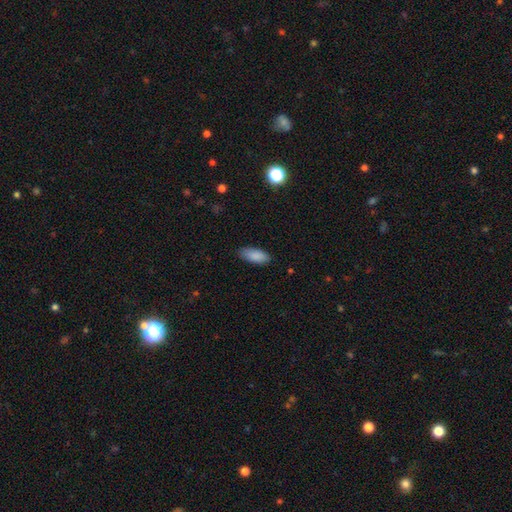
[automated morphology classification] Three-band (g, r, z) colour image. It shows a smooth galaxy with no disk features (89%) that is in between round and cigar-shaped (84%). Merging: none (85%).